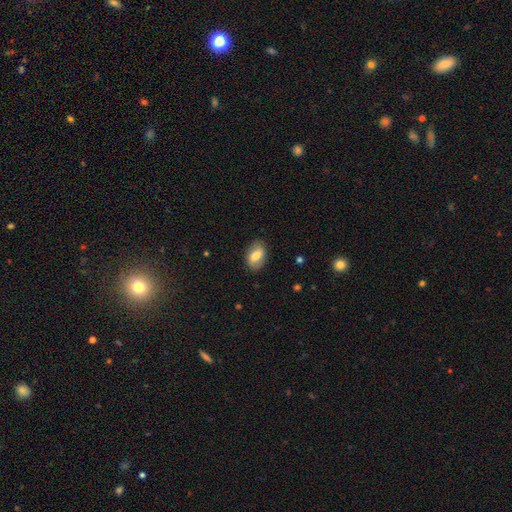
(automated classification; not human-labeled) Smooth or featured? Predicted: smooth (p=0.66). How rounded? Predicted: in between (p=0.88). Merging? Predicted: none (p=0.83).